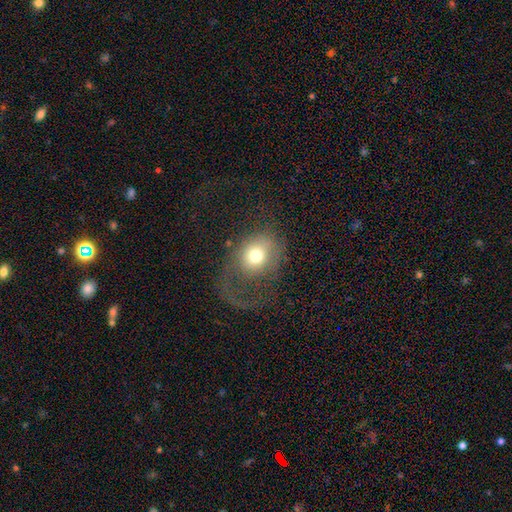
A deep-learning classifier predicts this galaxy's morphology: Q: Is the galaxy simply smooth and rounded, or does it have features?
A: smooth — 60%.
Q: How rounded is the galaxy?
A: round — 50%.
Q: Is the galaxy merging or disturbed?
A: major disturbance — 55%.